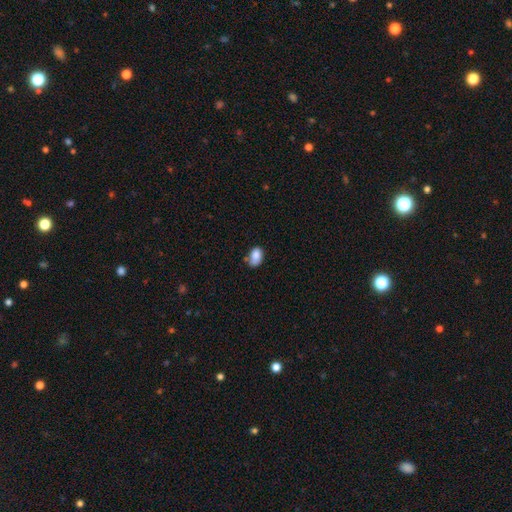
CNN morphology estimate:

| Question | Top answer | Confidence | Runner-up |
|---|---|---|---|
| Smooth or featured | smooth | 84% | star or artifact (8%) |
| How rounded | in between | 86% | round (12%) |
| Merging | none | 55% | minor disturbance (30%) |